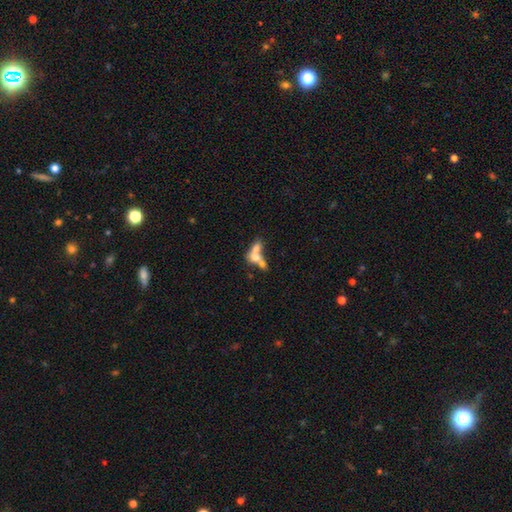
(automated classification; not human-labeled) A smooth galaxy with no disk features (56%) that is in between round and cigar-shaped (63%).

Vote fractions:
- Smooth or featured? smooth: 56% / featured or disk: 33% / star or artifact: 12%
- How rounded? in between: 63% / round: 22% / cigar-shaped: 15%
- Merging? merger: 65% / none: 18% / major disturbance: 9% / minor disturbance: 7%